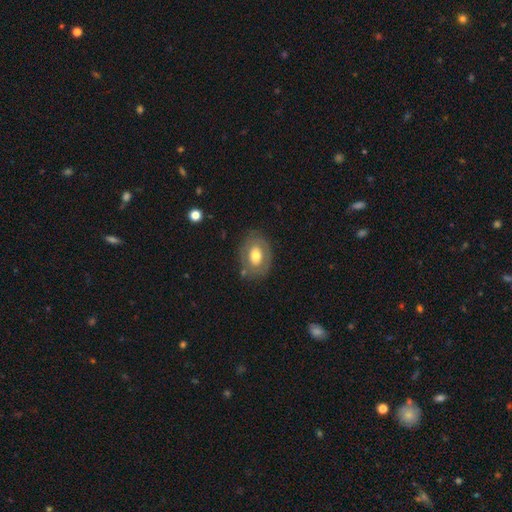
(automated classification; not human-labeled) smooth_or_featured: smooth (p=0.49) [alt: featured or disk p=0.44]
merging: none (p=0.76) [alt: minor disturbance p=0.15]